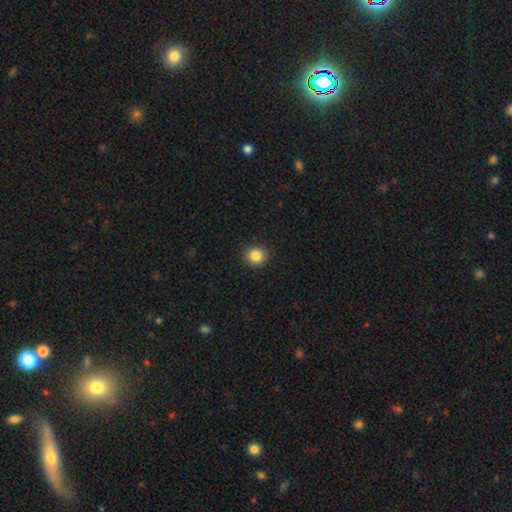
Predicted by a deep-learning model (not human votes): Overall: smooth (85%). How rounded: round (92%). Merging: none (93%).